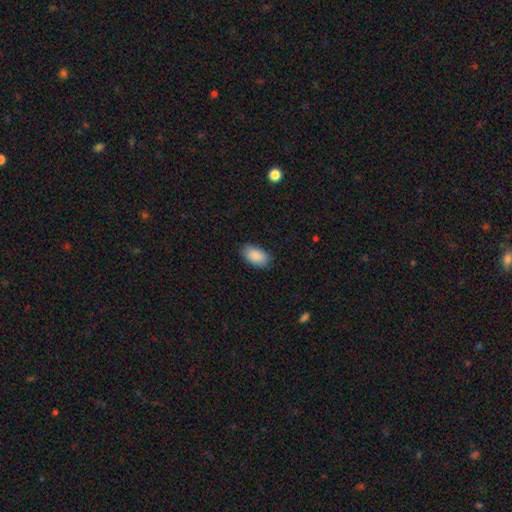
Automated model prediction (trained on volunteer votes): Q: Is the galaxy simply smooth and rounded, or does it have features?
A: smooth — 90%.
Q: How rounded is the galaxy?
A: in between — 94%.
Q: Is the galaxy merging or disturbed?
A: none — 86%.